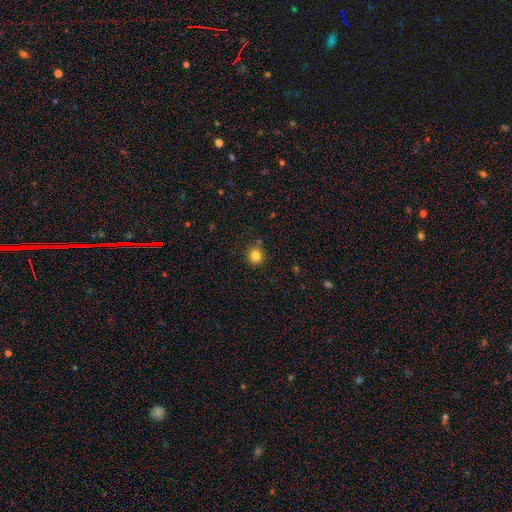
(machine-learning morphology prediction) type=smooth (83%); roundness=round (92%); merging=none (87%).